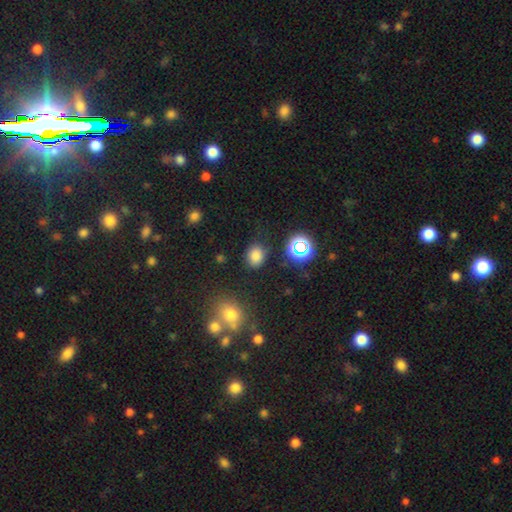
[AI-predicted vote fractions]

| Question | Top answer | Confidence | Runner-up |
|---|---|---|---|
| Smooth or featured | smooth | 76% | star or artifact (18%) |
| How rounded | in between | 54% | round (44%) |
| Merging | none | 80% | minor disturbance (13%) |